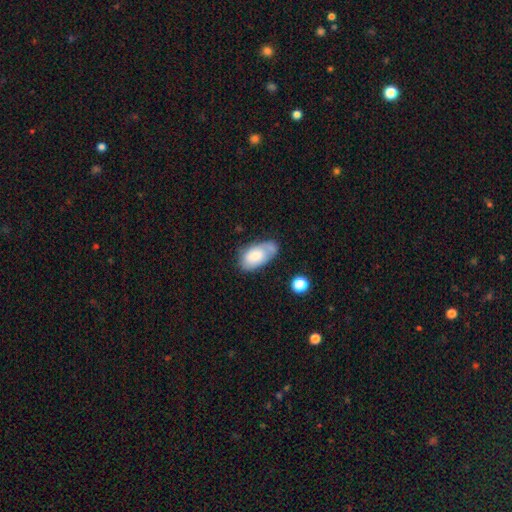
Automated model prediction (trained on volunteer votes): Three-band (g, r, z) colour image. It shows a smooth galaxy with no disk features (70%) that is in between round and cigar-shaped (94%). Merging: none (50%).